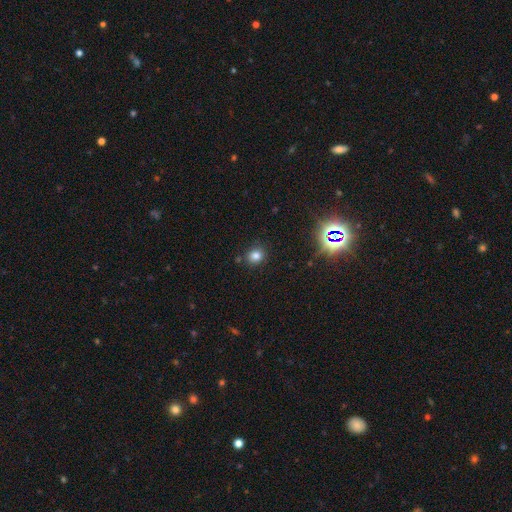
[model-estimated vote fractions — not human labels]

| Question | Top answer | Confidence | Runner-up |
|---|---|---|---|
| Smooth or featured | smooth | 78% | star or artifact (16%) |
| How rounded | round | 73% | in between (26%) |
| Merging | none | 83% | minor disturbance (10%) |